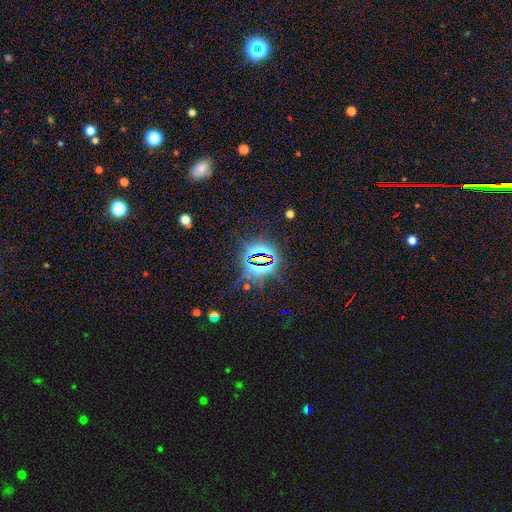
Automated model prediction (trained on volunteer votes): This is clearly a star or artifact rather than a galaxy (83%).